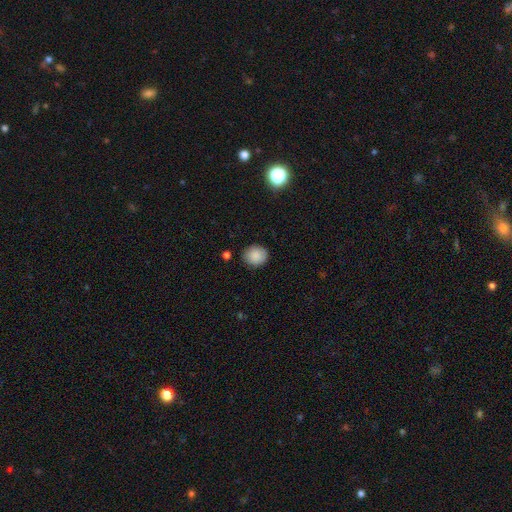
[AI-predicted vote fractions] A smooth galaxy with no disk features (88%) that is round (78%).

Vote fractions:
- Smooth or featured? smooth: 88% / star or artifact: 8% / featured or disk: 4%
- How rounded? round: 78% / in between: 21% / cigar-shaped: 1%
- Merging? none: 87% / minor disturbance: 9% / major disturbance: 2% / merger: 2%